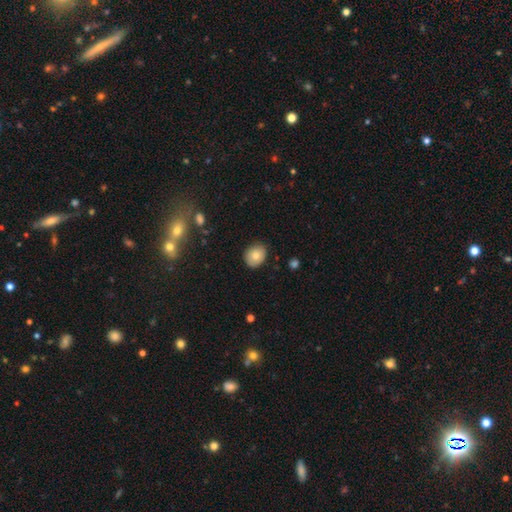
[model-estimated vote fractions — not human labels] This is clearly a smooth galaxy (82%). How rounded: possibly round (52%). Merging: clearly none (85%).